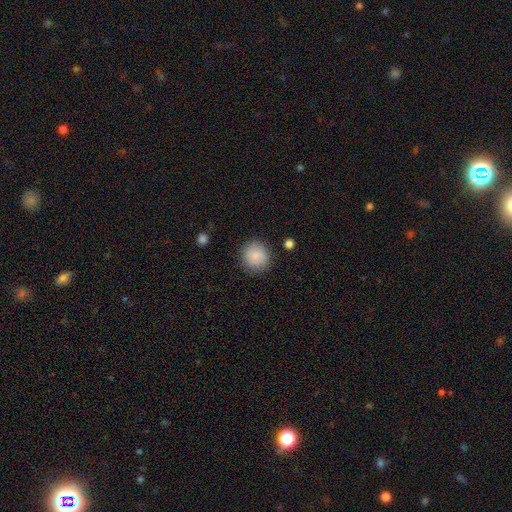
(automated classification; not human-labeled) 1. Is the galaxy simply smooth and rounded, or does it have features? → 87% smooth, 8% star or artifact, 5% featured or disk.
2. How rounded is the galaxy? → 93% round, 6% in between, 1% cigar-shaped.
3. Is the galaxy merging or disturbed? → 89% none, 7% minor disturbance, 2% major disturbance, 1% merger.